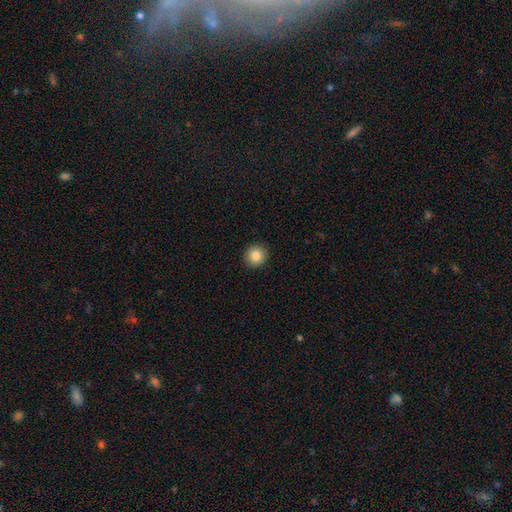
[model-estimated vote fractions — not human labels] Overall: smooth (85%). How rounded: round (92%). Merging: none (92%).